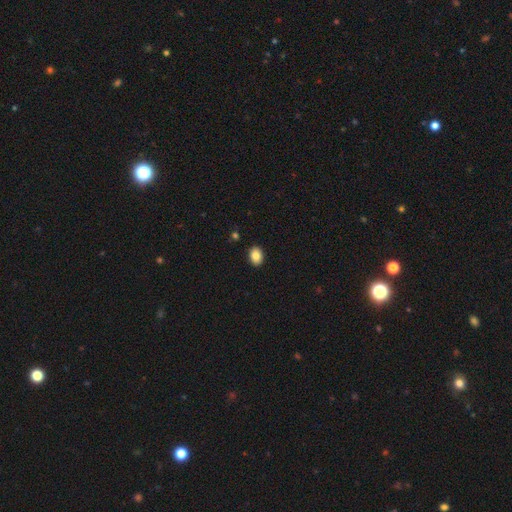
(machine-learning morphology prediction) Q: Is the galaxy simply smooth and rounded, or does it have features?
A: smooth — 86%.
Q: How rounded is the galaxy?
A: in between — 73%.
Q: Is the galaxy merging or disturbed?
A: none — 91%.